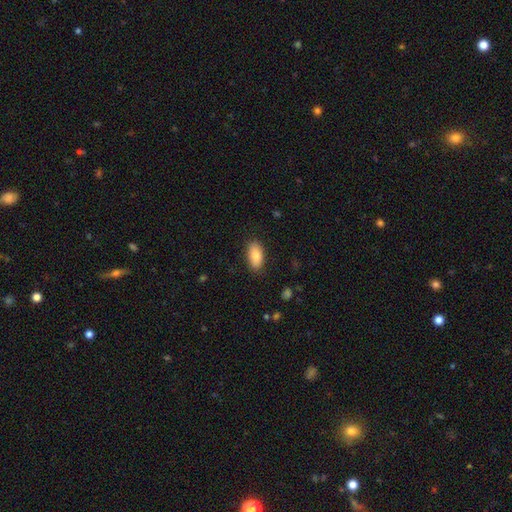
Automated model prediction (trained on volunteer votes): Smooth or featured? smooth (86%)
How rounded? in between (91%)
Merging? none (86%)